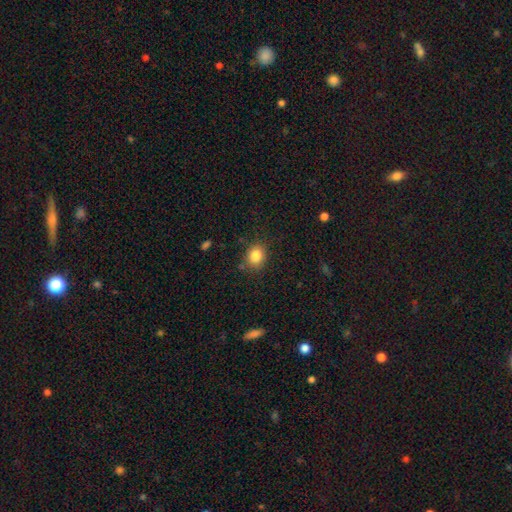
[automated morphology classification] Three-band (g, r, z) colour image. It shows a smooth galaxy with no disk features (83%) that is round (63%). Merging: none (82%).